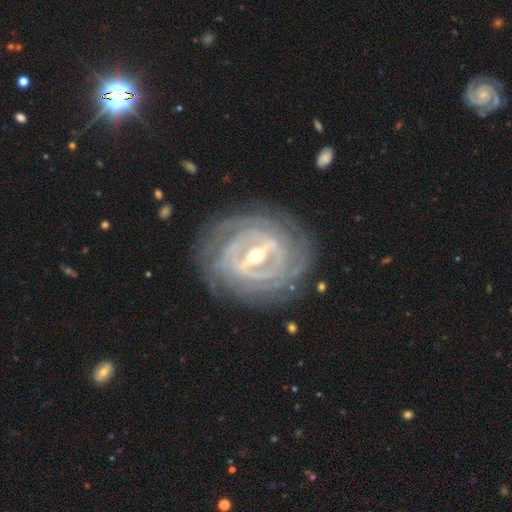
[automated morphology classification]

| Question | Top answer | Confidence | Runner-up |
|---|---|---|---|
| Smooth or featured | featured or disk | 92% | star or artifact (4%) |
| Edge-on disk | no | 94% | yes (6%) |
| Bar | strong | 73% | weak (21%) |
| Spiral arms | yes | 94% | no (6%) |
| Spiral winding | tight | 84% | medium (13%) |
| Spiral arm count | can't tell | 31% | 4 (19%) |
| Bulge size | moderate | 54% | small (42%) |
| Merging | none | 84% | minor disturbance (11%) |